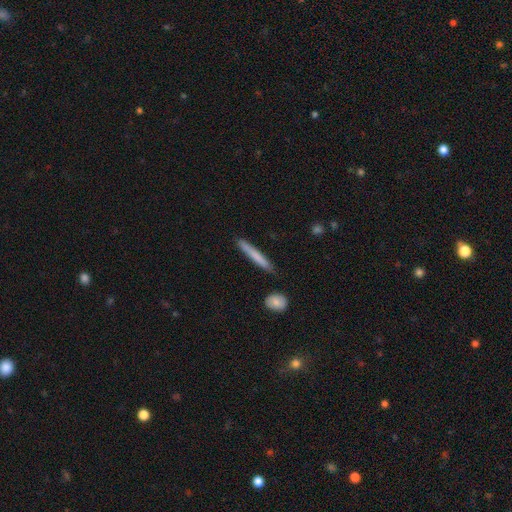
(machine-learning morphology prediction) A smooth galaxy with no disk features (69%) that is cigar-shaped (96%).

Vote fractions:
- Smooth or featured? smooth: 69% / featured or disk: 25% / star or artifact: 6%
- How rounded? cigar-shaped: 96% / in between: 3% / round: 1%
- Merging? none: 87% / minor disturbance: 9% / merger: 2% / major disturbance: 2%